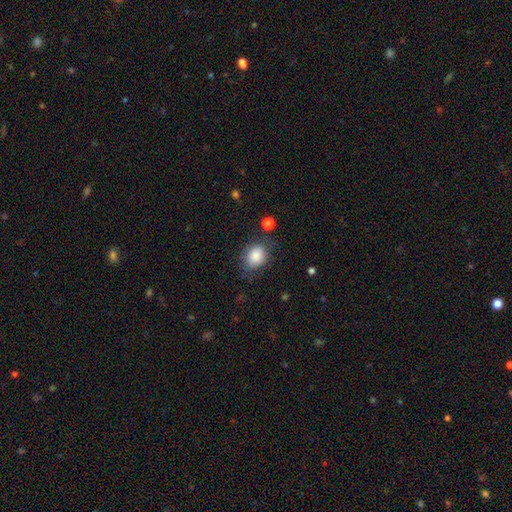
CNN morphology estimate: smooth 85%, star or artifact 9%, featured or disk 6%. Down the decision tree: how rounded — round (50%); merging — none (72%).